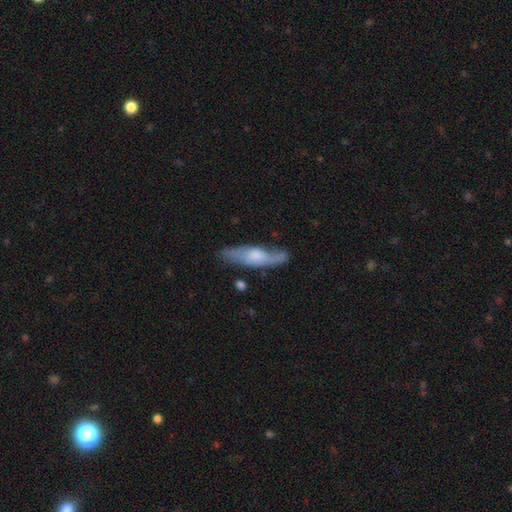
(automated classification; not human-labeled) smooth_or_featured: featured or disk (p=0.51) [alt: smooth p=0.43]
disk_edge_on: yes (p=0.57) [alt: no p=0.43]
merging: none (p=0.73) [alt: minor disturbance p=0.19]